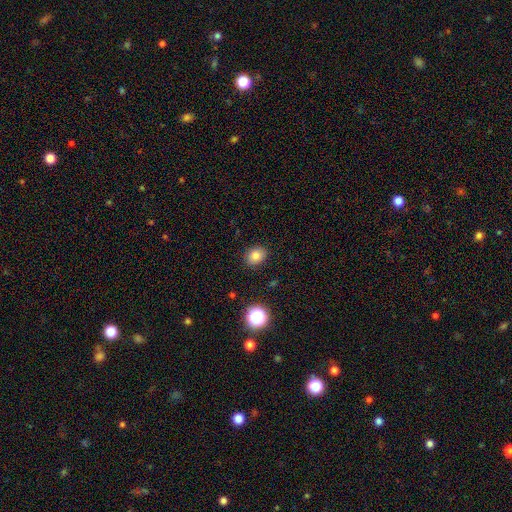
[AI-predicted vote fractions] This is likely a smooth galaxy (79%). How rounded: possibly round (53%). Merging: clearly none (89%).